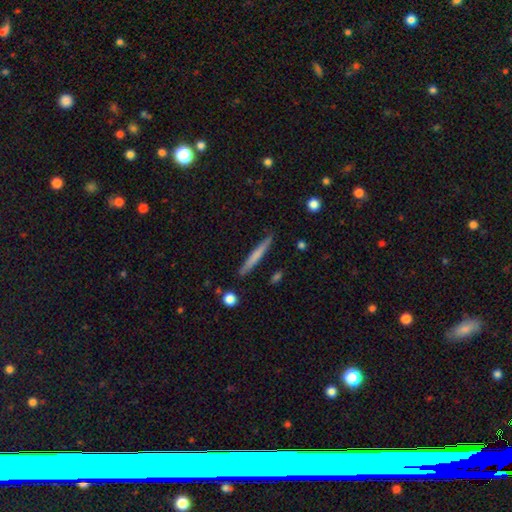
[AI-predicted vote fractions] The model was most divided on "smooth or featured": smooth: 63%, featured or disk: 32%, star or artifact: 6%. More confident: how rounded — cigar-shaped (96%); merging — none (89%).